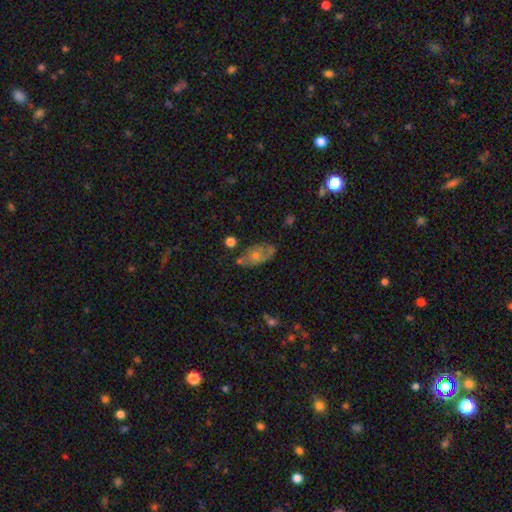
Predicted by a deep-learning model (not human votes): A smooth galaxy with no disk features (48%).

Vote fractions:
- Smooth or featured? smooth: 48% / featured or disk: 42% / star or artifact: 9%
- Merging? none: 56% / minor disturbance: 27% / major disturbance: 10% / merger: 7%